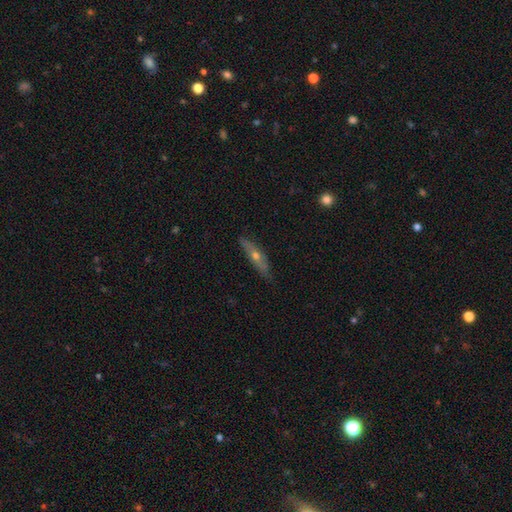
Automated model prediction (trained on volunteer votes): A featured or disk galaxy (59%) viewed edge-on (78%). Merging: none (82%).